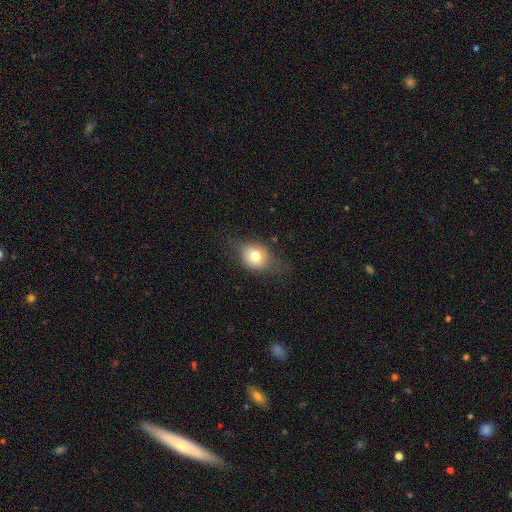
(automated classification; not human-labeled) smooth-or-featured: smooth: 69% | featured or disk: 21% | star or artifact: 10%
  how-rounded: round: 50% | in between: 48% | cigar-shaped: 2%
  merging: none: 64% | minor disturbance: 24% | major disturbance: 10% | merger: 1%